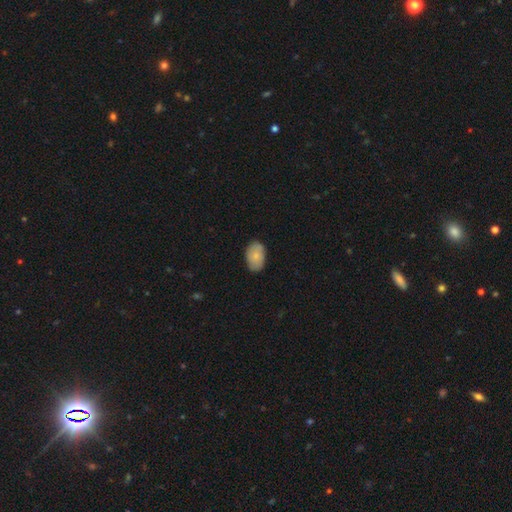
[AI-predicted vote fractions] Morphology: type=smooth (78%); roundness=in between (89%); merging=none (81%).